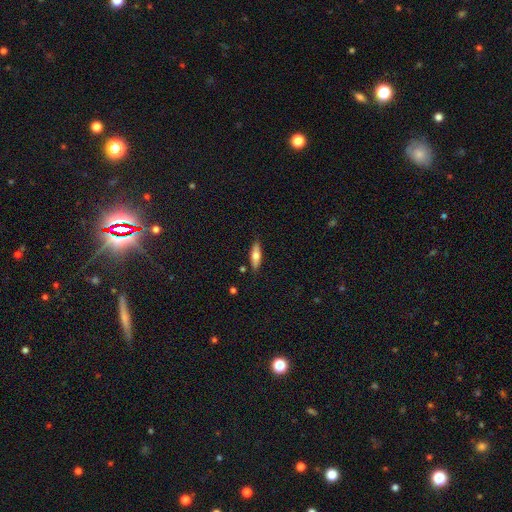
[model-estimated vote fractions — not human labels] Smooth or featured: smooth — 61% (featured or disk — 32%)
How rounded: cigar-shaped — 49% (tied with in between — 49%)
Merging: none — 85% (minor disturbance — 11%)